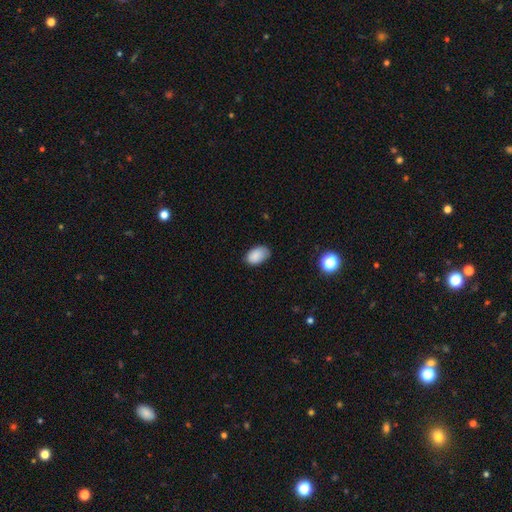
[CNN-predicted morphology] Smooth or featured? smooth (87%)
How rounded? in between (91%)
Merging? none (71%)